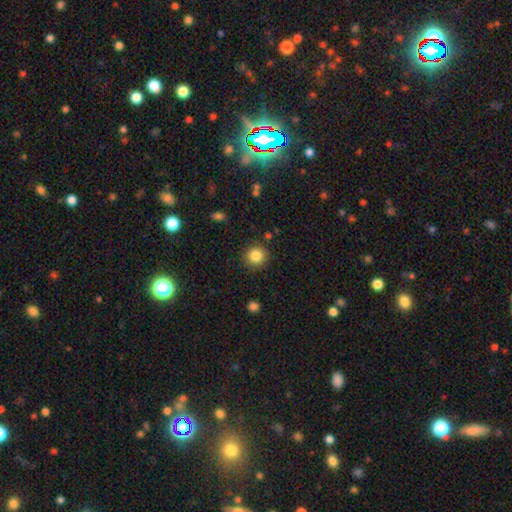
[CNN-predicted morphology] A smooth galaxy with no disk features (84%) that is round (94%). Merging: none (89%).